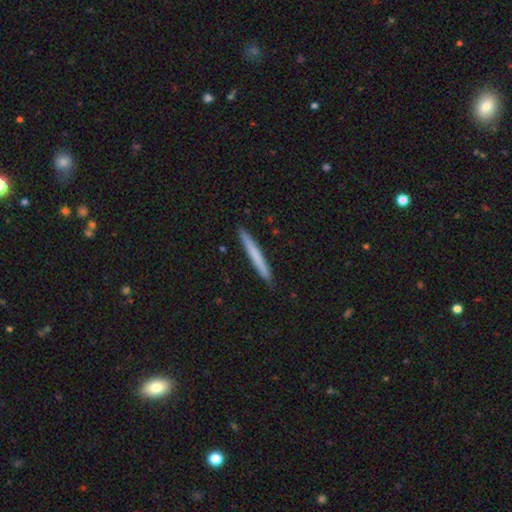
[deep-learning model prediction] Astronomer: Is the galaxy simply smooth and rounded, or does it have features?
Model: smooth — 66%.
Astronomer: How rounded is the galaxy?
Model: cigar-shaped — 97%.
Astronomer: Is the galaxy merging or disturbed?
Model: none — 92%.